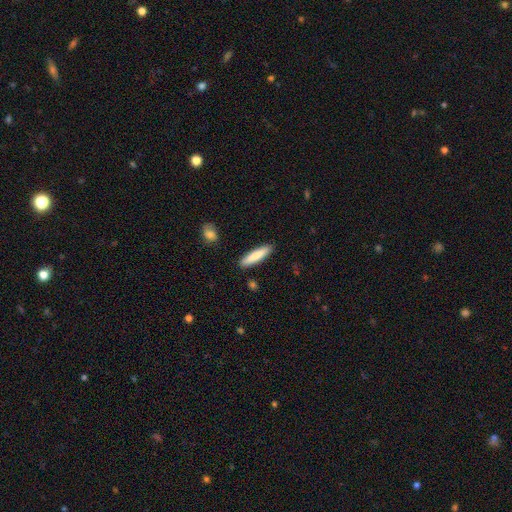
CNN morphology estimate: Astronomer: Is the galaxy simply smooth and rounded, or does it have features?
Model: smooth — 82%.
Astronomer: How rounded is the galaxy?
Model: cigar-shaped — 81%.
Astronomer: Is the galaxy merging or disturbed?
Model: none — 90%.